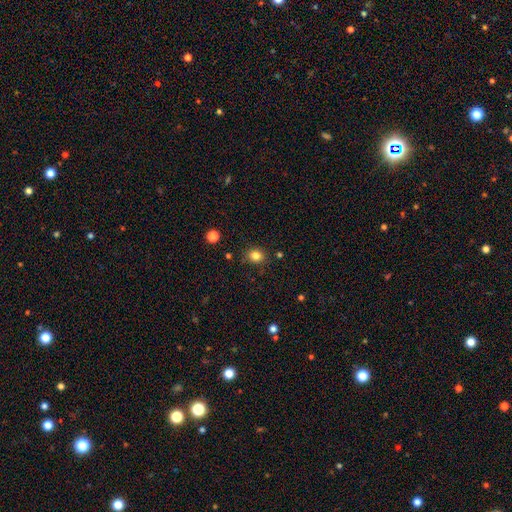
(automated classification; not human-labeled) The model was most divided on "how rounded": round: 70%, in between: 29%, cigar-shaped: 1%. More confident: merging — none (85%); smooth or featured — smooth (82%).